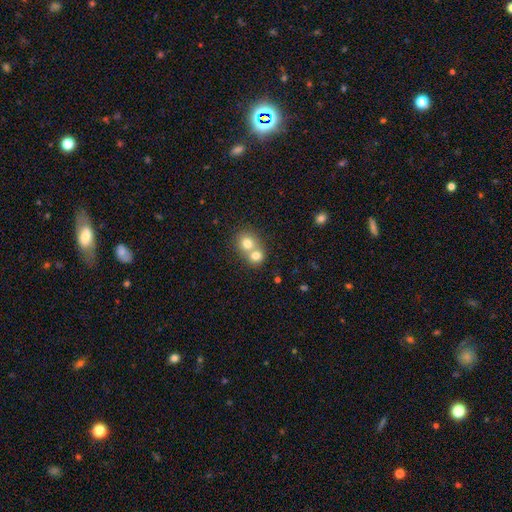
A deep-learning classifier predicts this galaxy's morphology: This appears to be a smooth galaxy with no disk features (75%) that is round (76%). Merging: merger (67%).